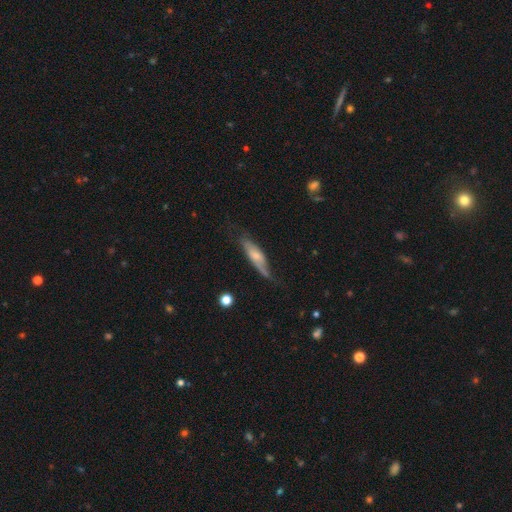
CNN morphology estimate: Smooth or featured?
  - featured or disk: 49% *
  - smooth: 45%
  - star or artifact: 6%
Merging?
  - none: 54% *
  - minor disturbance: 31%
  - major disturbance: 13%
  - merger: 2%